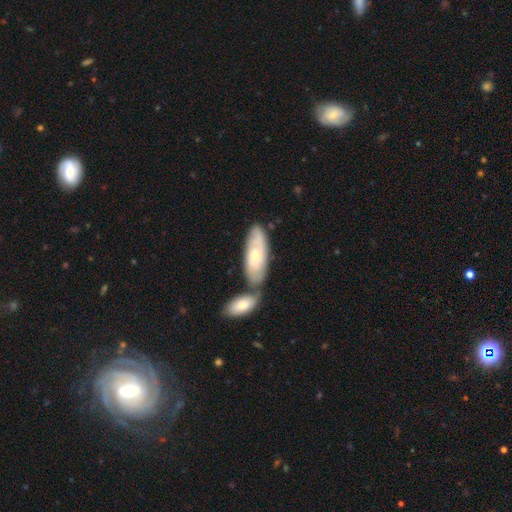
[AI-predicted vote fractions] Smooth or featured?
  - featured or disk: 53% *
  - smooth: 41%
  - star or artifact: 5%
Edge-on disk?
  - no: 84% *
  - yes: 16%
Merging?
  - none: 46% *
  - merger: 37%
  - minor disturbance: 14%
  - major disturbance: 3%